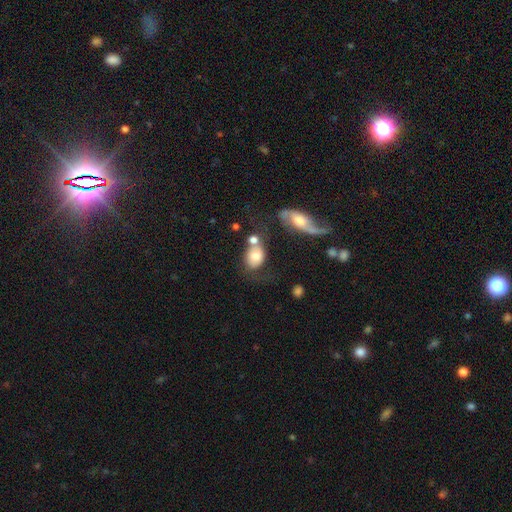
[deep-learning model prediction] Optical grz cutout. It shows a smooth galaxy with no disk features (66%) that is in between round and cigar-shaped (67%). Merging: none (35%).